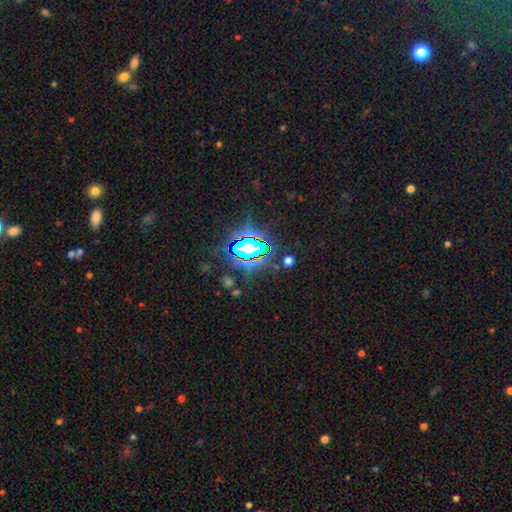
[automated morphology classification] This appears to be a star or artifact, not a galaxy (77%).